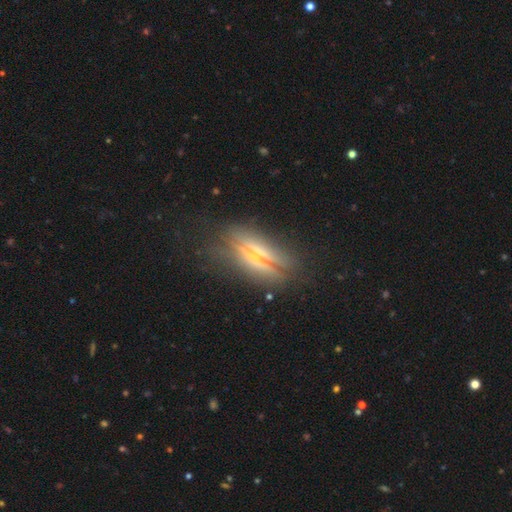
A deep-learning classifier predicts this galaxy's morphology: type=featured or disk (60%); edge-on=yes (82%); merging=none (75%).